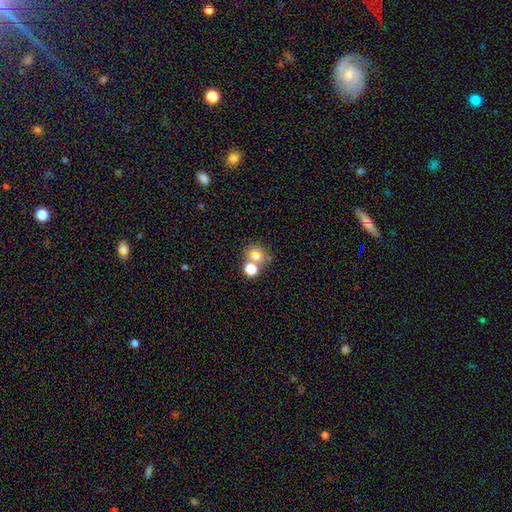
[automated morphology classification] A smooth galaxy with no disk features (72%) that is round (75%). Merging: none (46%).